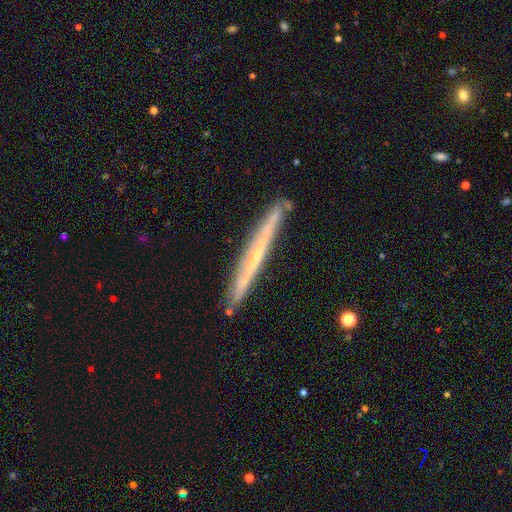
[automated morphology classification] type=featured or disk (67%); edge-on=yes (94%); edge-on bulge=none (67%); merging=none (88%).